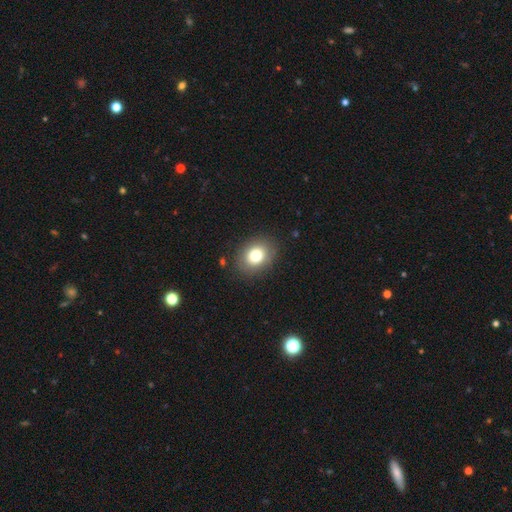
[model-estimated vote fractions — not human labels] smooth_or_featured: smooth (p=0.78) [alt: featured or disk p=0.12]
how_rounded: in between (p=0.51) [alt: round p=0.48]
merging: none (p=0.86) [alt: minor disturbance p=0.09]